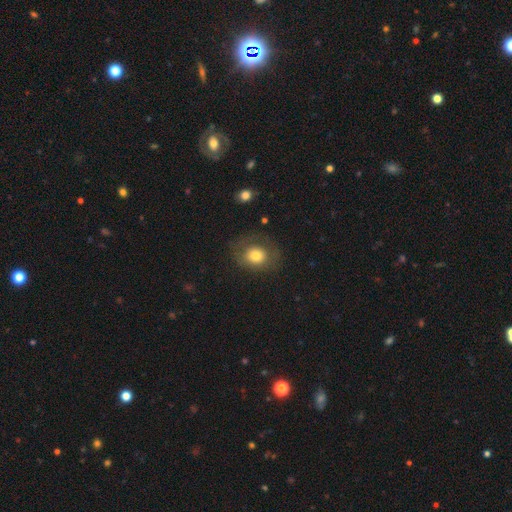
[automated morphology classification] Q: Smooth or featured?
A: smooth (73%); runner-up: featured or disk (18%)
Q: How rounded?
A: round (59%); runner-up: in between (40%)
Q: Merging?
A: none (67%); runner-up: minor disturbance (19%)